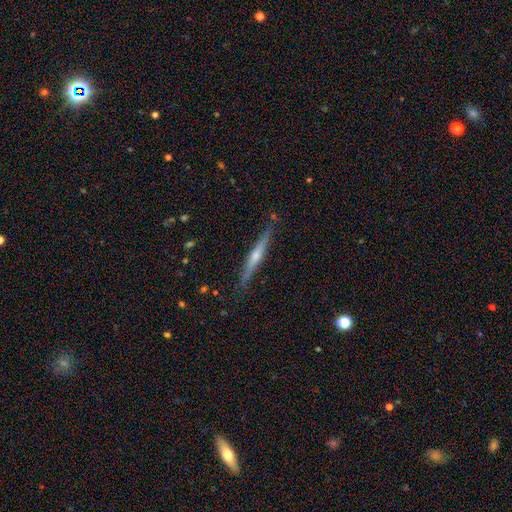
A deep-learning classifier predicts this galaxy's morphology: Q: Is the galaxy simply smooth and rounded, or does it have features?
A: featured or disk — 68%.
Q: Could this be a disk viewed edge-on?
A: yes — 97%.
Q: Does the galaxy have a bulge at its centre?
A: rounded — 72%.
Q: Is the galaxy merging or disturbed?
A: none — 87%.